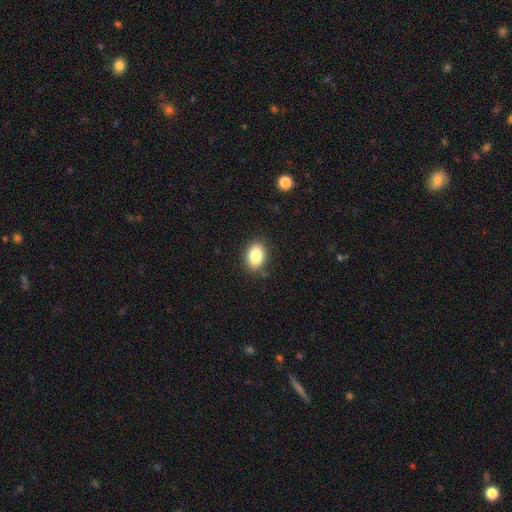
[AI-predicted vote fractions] smooth-or-featured: smooth: 85% | star or artifact: 9% | featured or disk: 6%
  how-rounded: in between: 75% | round: 24% | cigar-shaped: 1%
  merging: none: 86% | minor disturbance: 10% | major disturbance: 3% | merger: 1%